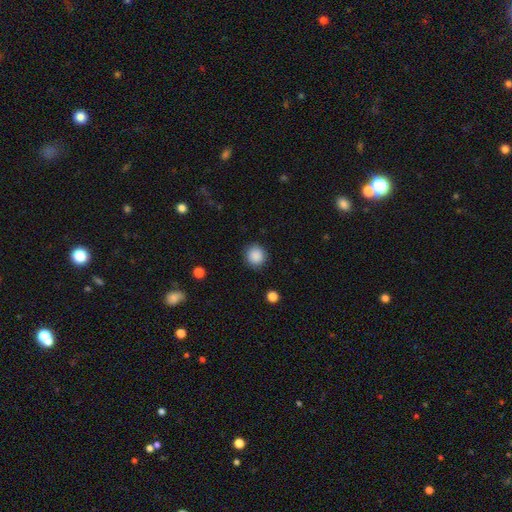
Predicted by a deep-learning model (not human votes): The model was most divided on "smooth or featured": smooth: 88%, star or artifact: 9%, featured or disk: 3%. More confident: how rounded — round (91%); merging — none (90%).